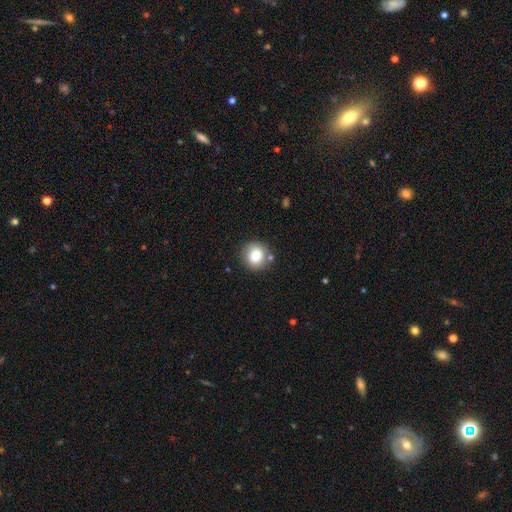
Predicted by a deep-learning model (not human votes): The model was most divided on "smooth or featured": smooth: 78%, featured or disk: 11%, star or artifact: 11%. More confident: how rounded — round (92%); merging — none (82%).